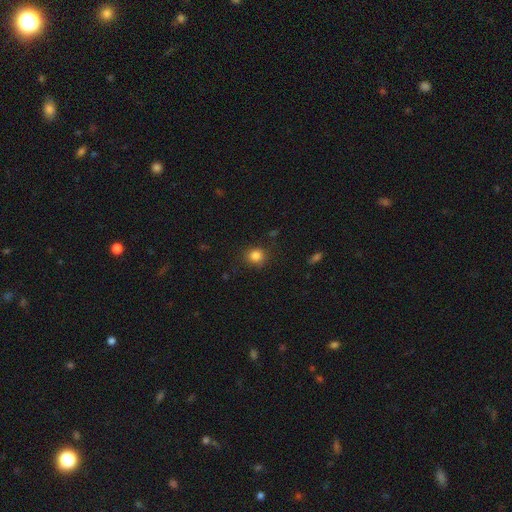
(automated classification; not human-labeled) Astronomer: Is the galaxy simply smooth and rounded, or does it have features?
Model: smooth — 84%.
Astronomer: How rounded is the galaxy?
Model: round — 85%.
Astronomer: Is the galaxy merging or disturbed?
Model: none — 85%.